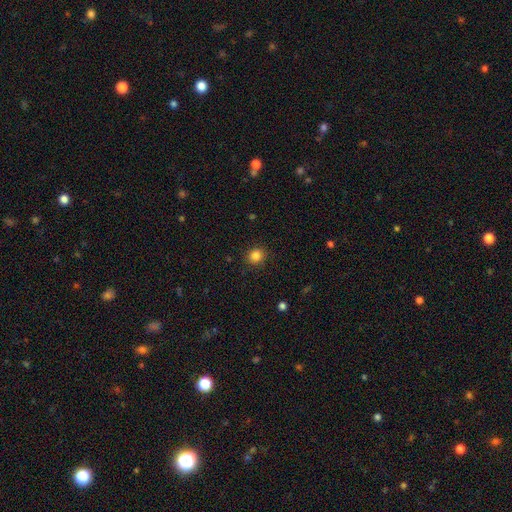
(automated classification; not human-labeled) Q: Smooth or featured?
A: smooth (84%); runner-up: star or artifact (11%)
Q: How rounded?
A: round (84%); runner-up: in between (15%)
Q: Merging?
A: none (89%); runner-up: minor disturbance (7%)